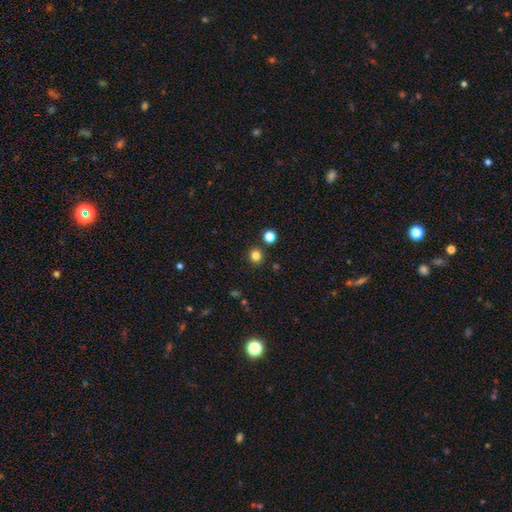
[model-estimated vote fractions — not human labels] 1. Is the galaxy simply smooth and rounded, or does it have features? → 81% smooth, 15% star or artifact, 4% featured or disk.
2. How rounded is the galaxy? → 89% round, 10% in between, 1% cigar-shaped.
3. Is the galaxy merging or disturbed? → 88% none, 6% minor disturbance, 4% merger, 2% major disturbance.